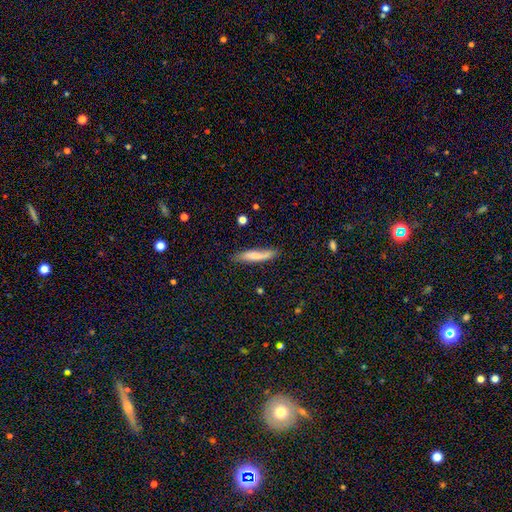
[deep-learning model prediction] Smooth or featured? Predicted: smooth (p=0.74). How rounded? Predicted: cigar-shaped (p=0.83). Merging? Predicted: none (p=0.73).